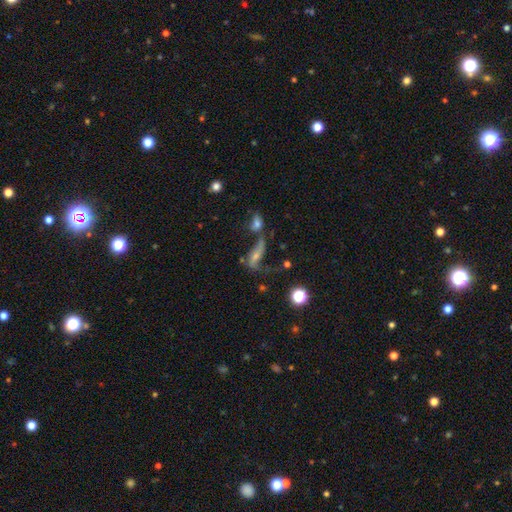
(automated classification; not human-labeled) The model was most divided on "merging": merger: 34%, none: 32%, major disturbance: 21%, minor disturbance: 13%. More confident: edge-on disk — no (81%); smooth or featured — featured or disk (60%).